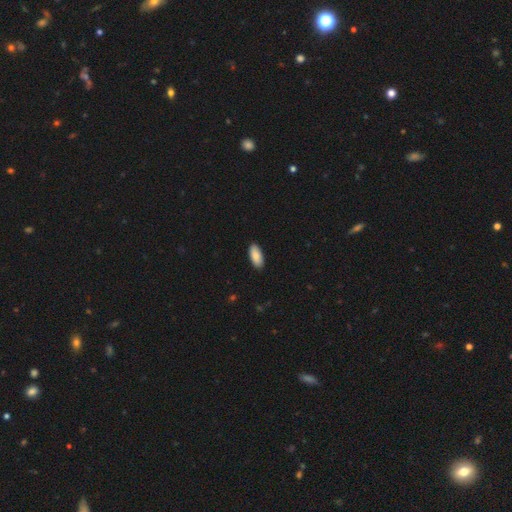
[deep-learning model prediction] Morphology: type=smooth (88%); roundness=in between (90%); merging=none (90%).